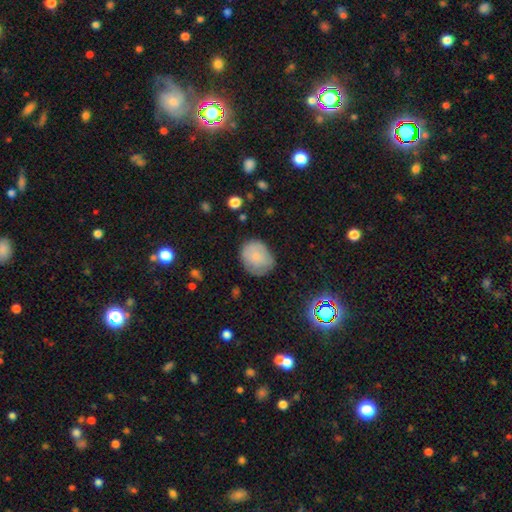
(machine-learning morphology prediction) A smooth galaxy with no disk features (76%) that is round (59%). Merging: none (65%).